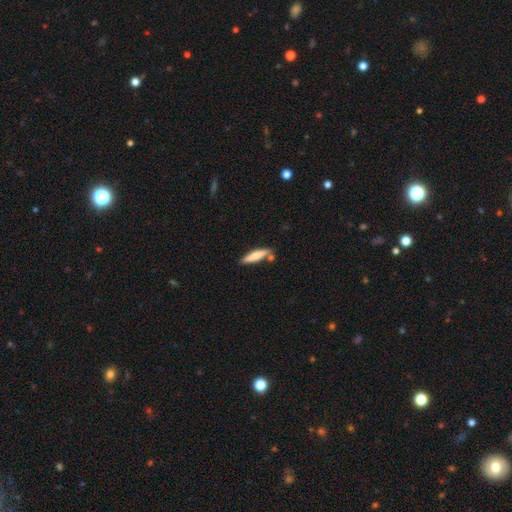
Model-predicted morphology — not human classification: Overall: smooth (70%). How rounded: cigar-shaped (82%). Merging: none (74%).